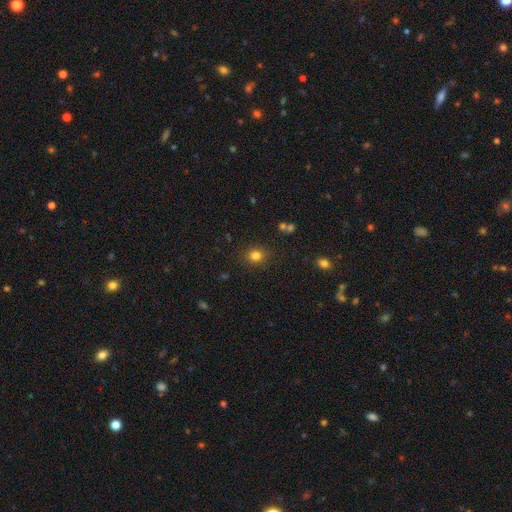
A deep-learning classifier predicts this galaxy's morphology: This appears to be a smooth galaxy with no disk features (80%) that is round (76%). Merging: none (87%).